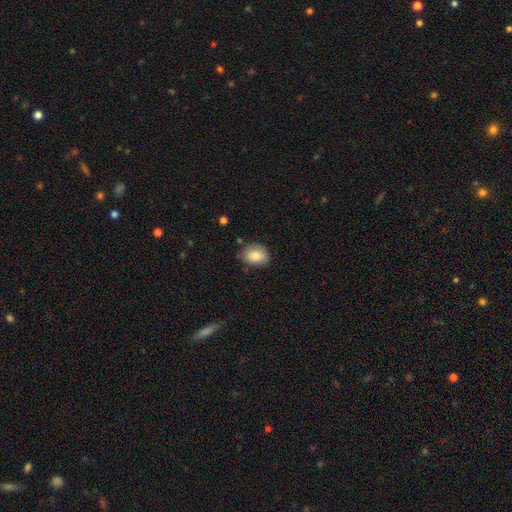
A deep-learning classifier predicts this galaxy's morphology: The model was most divided on "how rounded": in between: 70%, round: 29%, cigar-shaped: 1%. More confident: smooth or featured — smooth (83%); merging — none (75%).